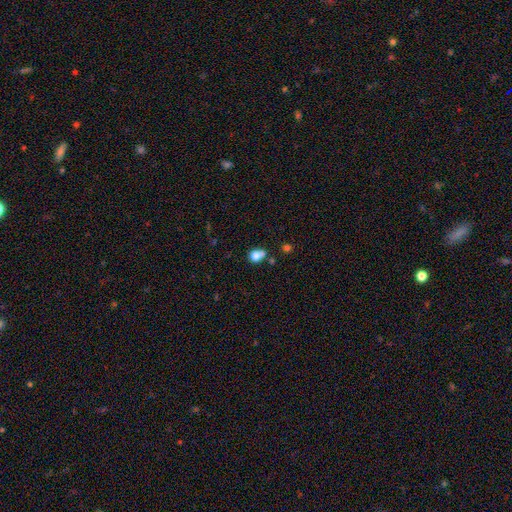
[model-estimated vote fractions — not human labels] This appears to be a smooth galaxy with no disk features (76%) that is round (60%). Merging: none (40%).